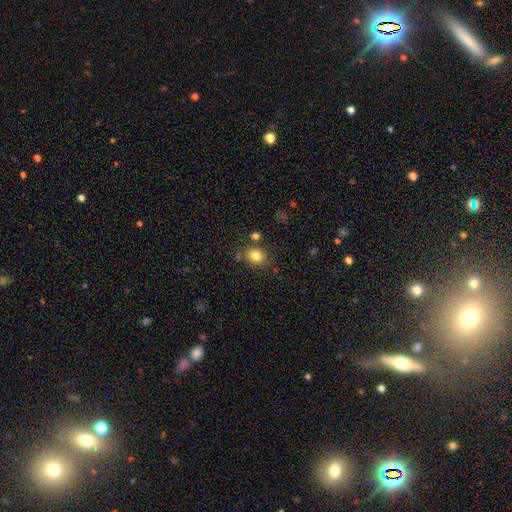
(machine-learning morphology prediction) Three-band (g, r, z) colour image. It shows a smooth galaxy with no disk features (81%) that is round (65%). Merging: none (75%).